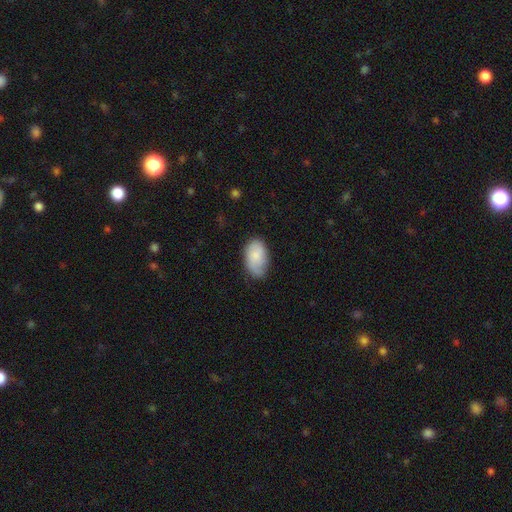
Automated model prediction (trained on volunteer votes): Smooth or featured: smooth — 79% (featured or disk — 15%)
How rounded: in between — 93% (round — 6%)
Merging: none — 67% (minor disturbance — 26%)